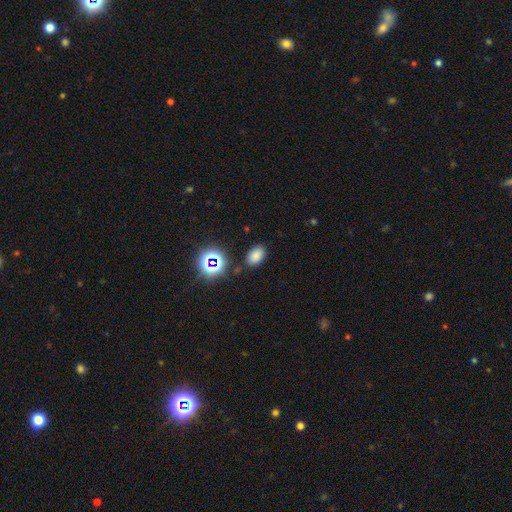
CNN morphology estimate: Q: Smooth or featured?
A: smooth (75%); runner-up: star or artifact (19%)
Q: How rounded?
A: in between (85%); runner-up: round (14%)
Q: Merging?
A: none (84%); runner-up: minor disturbance (10%)